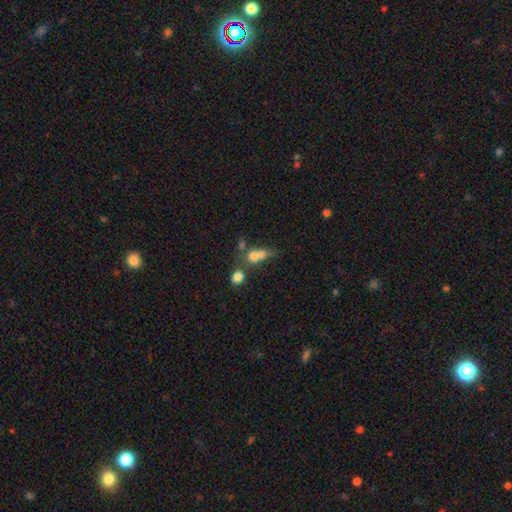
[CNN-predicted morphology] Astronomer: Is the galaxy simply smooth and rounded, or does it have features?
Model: smooth — 66%.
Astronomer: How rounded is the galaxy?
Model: round — 57% (runner-up: in between, 37%).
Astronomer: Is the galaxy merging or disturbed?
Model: merger — 59%.